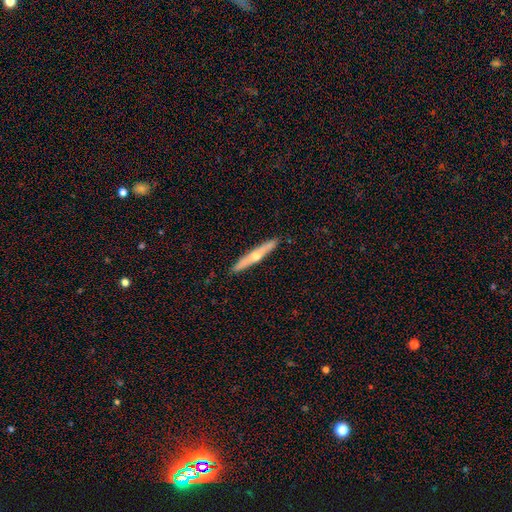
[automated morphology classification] Smooth or featured? Predicted: featured or disk (p=0.62). Edge-on disk? Predicted: yes (p=0.95). Edge-on bulge? Predicted: rounded (p=0.88). Merging? Predicted: none (p=0.91).